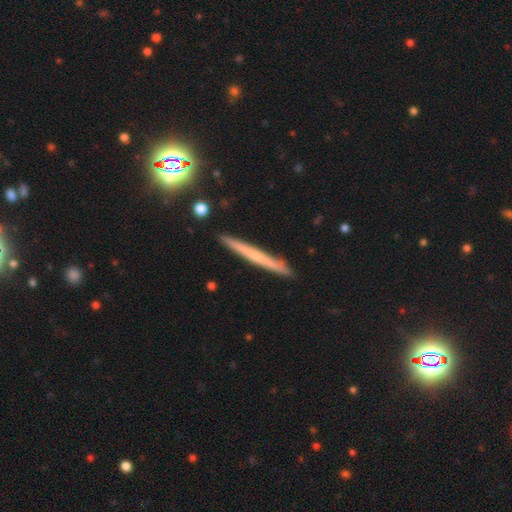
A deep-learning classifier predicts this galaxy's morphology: type=featured or disk (46%); merging=none (90%).